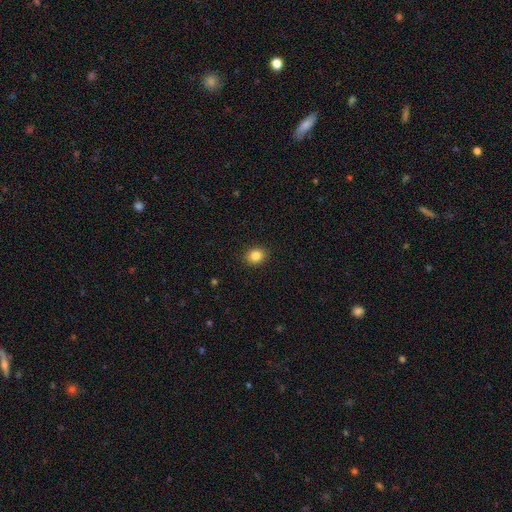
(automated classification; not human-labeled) Morphology: type=smooth (85%); roundness=round (64%); merging=none (91%).